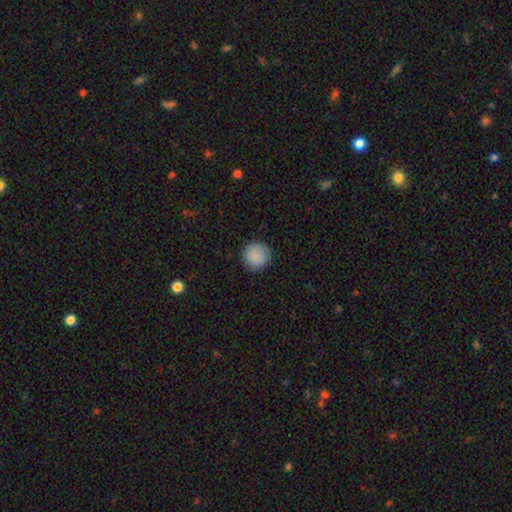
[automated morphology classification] This is clearly a smooth galaxy (89%). How rounded: clearly round (95%). Merging: clearly none (90%).